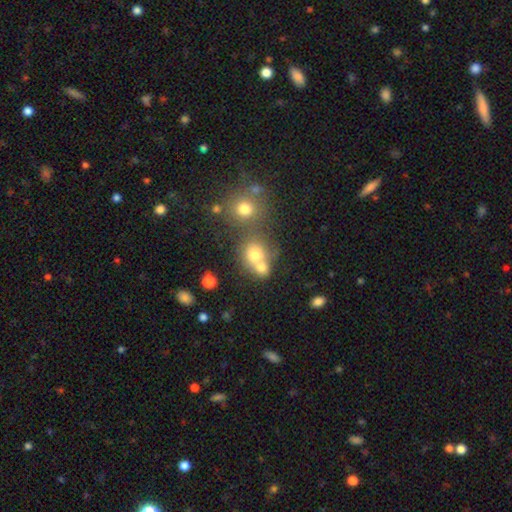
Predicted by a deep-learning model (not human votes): A smooth galaxy with no disk features (66%) that is round (72%). Merging: merger (47%).